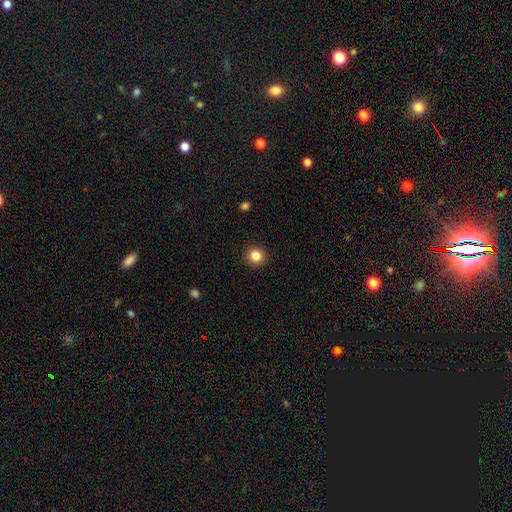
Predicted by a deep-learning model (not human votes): The model was most divided on "smooth or featured": smooth: 84%, star or artifact: 11%, featured or disk: 5%. More confident: merging — none (92%); how rounded — round (89%).